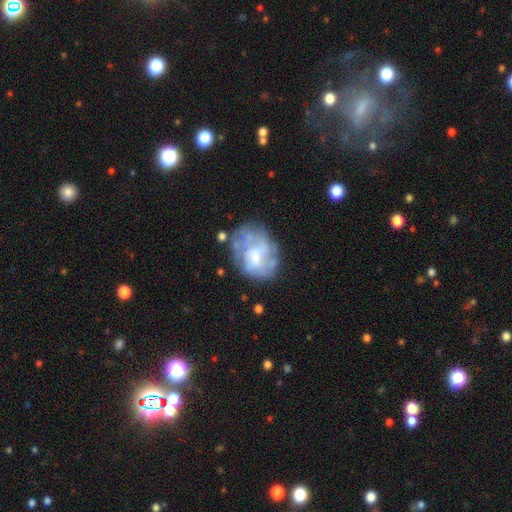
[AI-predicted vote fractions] smooth_or_featured: featured or disk (p=0.56) [alt: smooth p=0.35]
disk_edge_on: no (p=0.97) [alt: yes p=0.03]
bar: no (p=0.69) [alt: weak p=0.26]
has_spiral_arms: no (p=0.66) [alt: yes p=0.34]
bulge_size: small (p=0.44) [alt: moderate p=0.37]
merging: none (p=0.50) [alt: minor disturbance p=0.24]